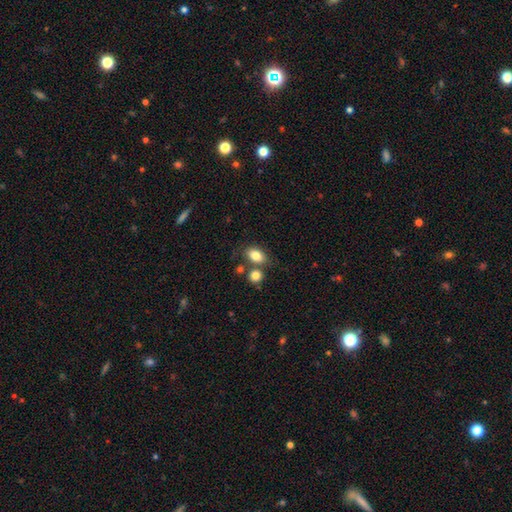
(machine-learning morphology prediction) A smooth galaxy with no disk features (83%) that is in between round and cigar-shaped (81%).

Vote fractions:
- Smooth or featured? smooth: 83% / star or artifact: 9% / featured or disk: 9%
- How rounded? in between: 81% / round: 17% / cigar-shaped: 2%
- Merging? none: 63% / merger: 21% / minor disturbance: 13% / major disturbance: 4%